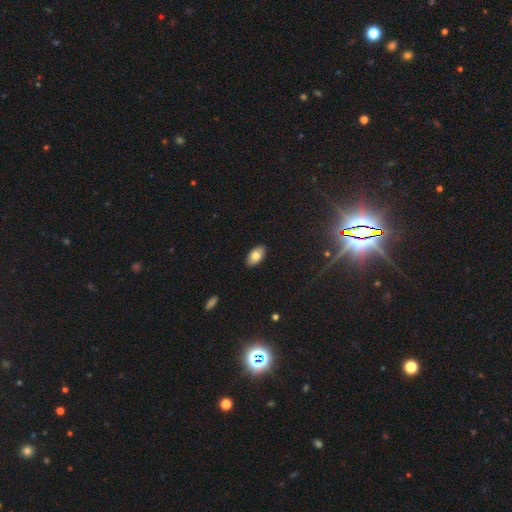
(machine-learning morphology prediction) Smooth or featured: smooth — 78% (featured or disk — 14%)
How rounded: in between — 94% (round — 4%)
Merging: none — 89% (minor disturbance — 8%)